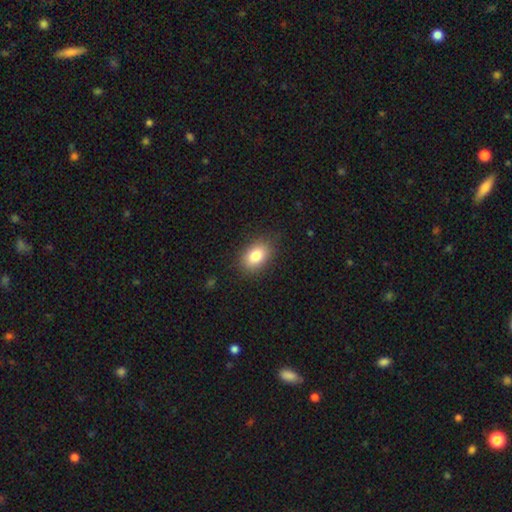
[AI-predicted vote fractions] smooth 83%, star or artifact 9%, featured or disk 8%. Down the decision tree: how rounded — in between (83%); merging — none (84%).